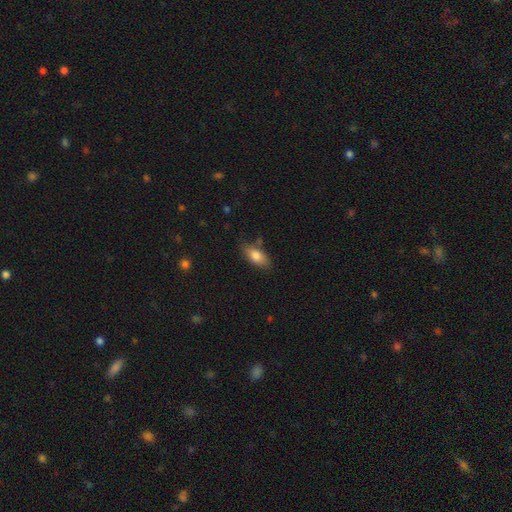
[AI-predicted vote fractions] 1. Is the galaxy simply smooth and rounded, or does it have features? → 79% smooth, 14% featured or disk, 7% star or artifact.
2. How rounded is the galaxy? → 87% in between, 9% cigar-shaped, 4% round.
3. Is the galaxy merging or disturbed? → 75% none, 18% minor disturbance, 4% merger, 4% major disturbance.